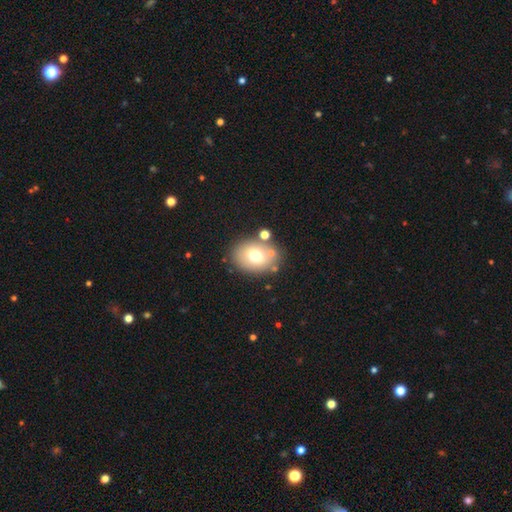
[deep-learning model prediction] smooth-or-featured: smooth: 68% | featured or disk: 21% | star or artifact: 11%
  how-rounded: in between: 64% | round: 35% | cigar-shaped: 1%
  merging: none: 74% | minor disturbance: 13% | merger: 9% | major disturbance: 5%